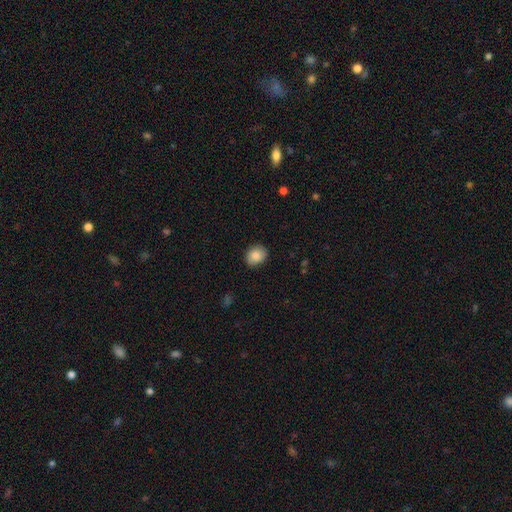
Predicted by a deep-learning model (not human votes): Smooth or featured?
  - smooth: 85% *
  - featured or disk: 8%
  - star or artifact: 8%
How rounded?
  - round: 54% *
  - in between: 45%
  - cigar-shaped: 1%
Merging?
  - none: 85% *
  - minor disturbance: 11%
  - major disturbance: 2%
  - merger: 1%